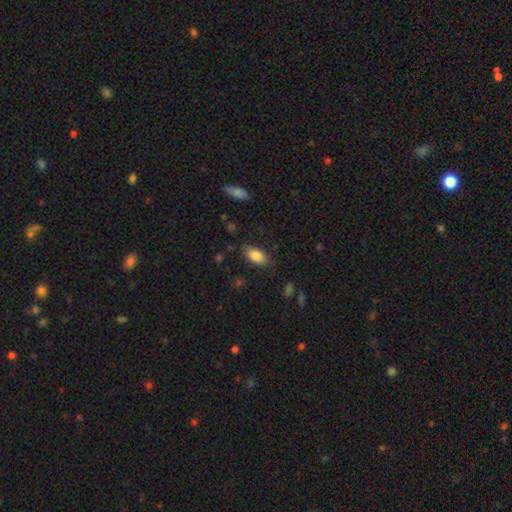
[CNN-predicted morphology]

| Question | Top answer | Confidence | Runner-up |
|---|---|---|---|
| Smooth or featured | smooth | 85% | star or artifact (8%) |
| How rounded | in between | 91% | round (5%) |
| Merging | none | 77% | minor disturbance (17%) |